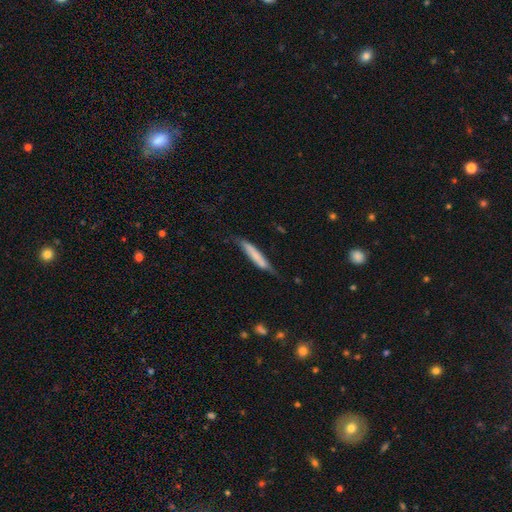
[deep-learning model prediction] A smooth galaxy with no disk features (65%) that is cigar-shaped (92%). Merging: none (56%).